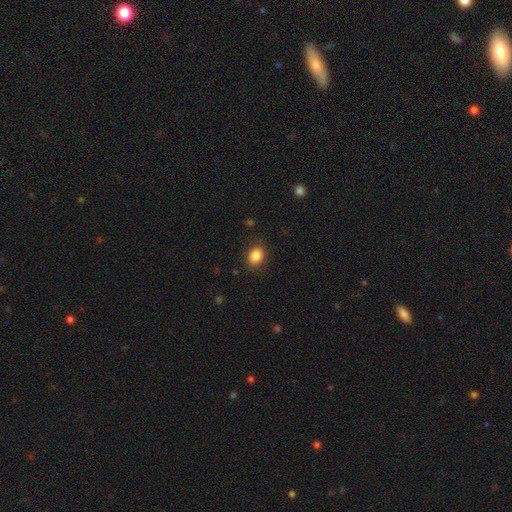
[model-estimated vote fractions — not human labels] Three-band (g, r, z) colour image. It shows a smooth galaxy with no disk features (86%) that is in between round and cigar-shaped (60%). Merging: none (85%).